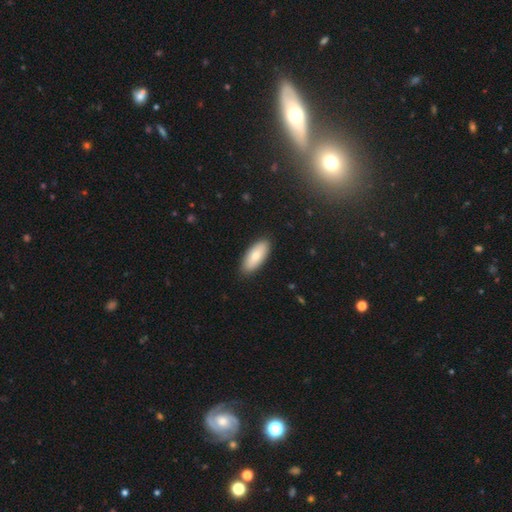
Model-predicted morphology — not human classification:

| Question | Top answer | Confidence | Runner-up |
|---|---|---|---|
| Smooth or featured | smooth | 79% | featured or disk (15%) |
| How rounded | in between | 85% | cigar-shaped (13%) |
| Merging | none | 88% | minor disturbance (9%) |